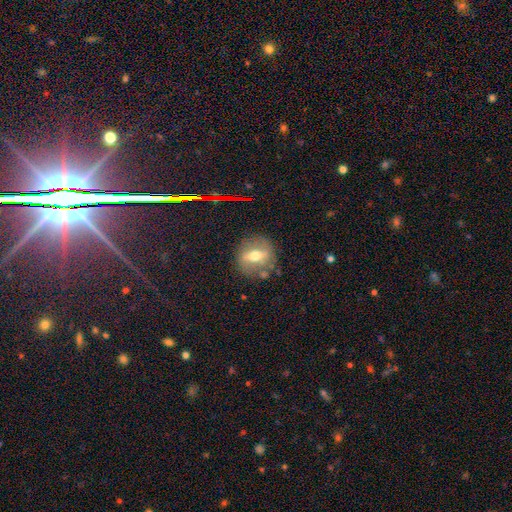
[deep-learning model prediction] The model was most divided on "smooth or featured": featured or disk: 47%, smooth: 38%, star or artifact: 15%. More confident: merging — none (77%).